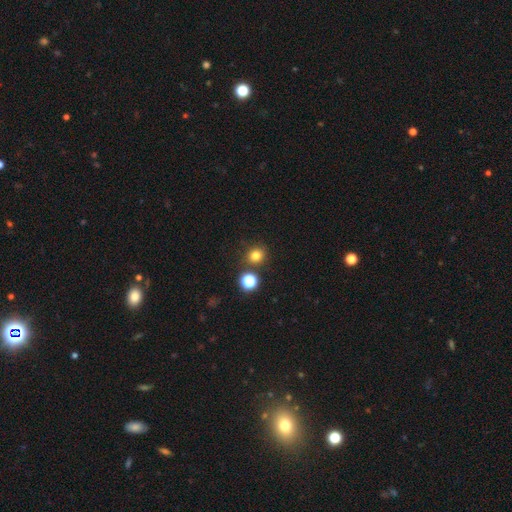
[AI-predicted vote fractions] Q: Smooth or featured?
A: smooth (77%); runner-up: star or artifact (17%)
Q: How rounded?
A: round (82%); runner-up: in between (17%)
Q: Merging?
A: none (79%); runner-up: minor disturbance (9%)